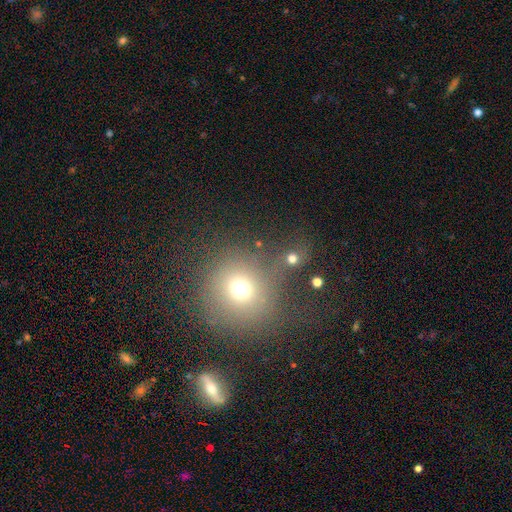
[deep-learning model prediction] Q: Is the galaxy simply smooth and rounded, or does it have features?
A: smooth — 64%.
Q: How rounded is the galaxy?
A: round — 91%.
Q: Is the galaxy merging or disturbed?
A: none — 72%.